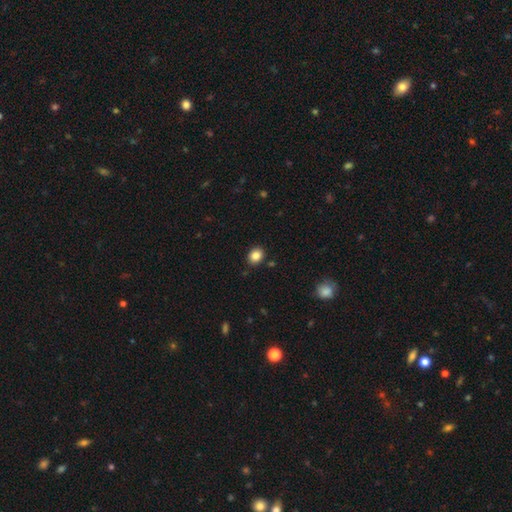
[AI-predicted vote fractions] This is clearly a smooth galaxy (85%). How rounded: possibly round (55%). Merging: clearly none (88%).